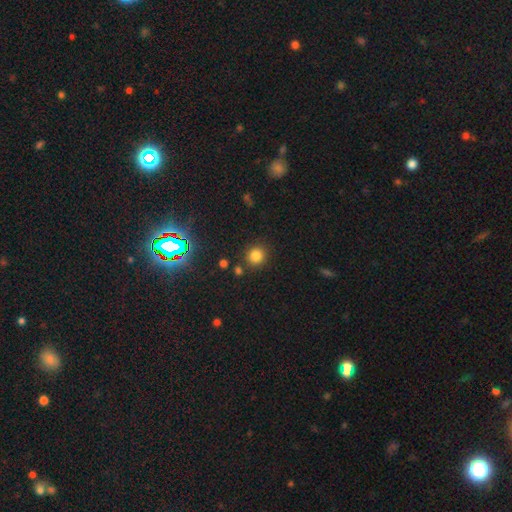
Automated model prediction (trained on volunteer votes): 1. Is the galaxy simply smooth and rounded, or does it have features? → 79% smooth, 16% star or artifact, 5% featured or disk.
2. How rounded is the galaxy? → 87% round, 12% in between, 1% cigar-shaped.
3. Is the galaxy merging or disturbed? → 84% none, 8% minor disturbance, 4% merger, 3% major disturbance.